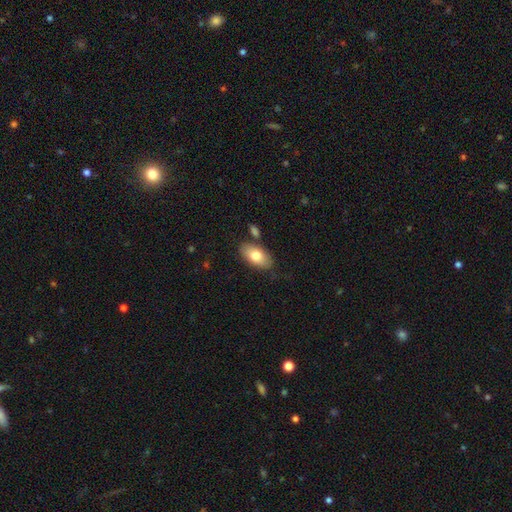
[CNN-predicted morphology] Smooth or featured? Predicted: smooth (p=0.77). How rounded? Predicted: in between (p=0.93). Merging? Predicted: none (p=0.77).